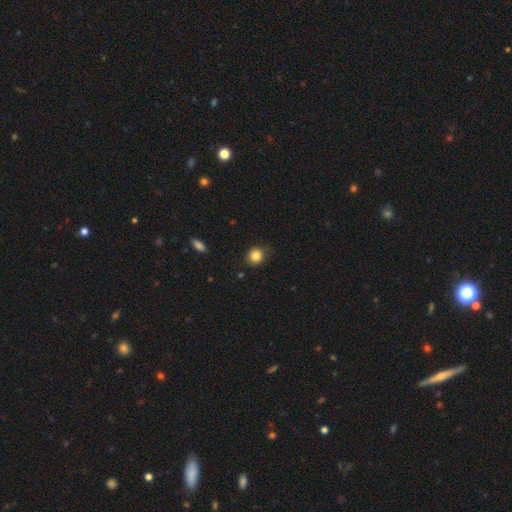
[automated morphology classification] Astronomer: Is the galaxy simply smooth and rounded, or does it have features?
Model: smooth — 85%.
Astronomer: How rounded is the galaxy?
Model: round — 79%.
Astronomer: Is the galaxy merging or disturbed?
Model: none — 84%.